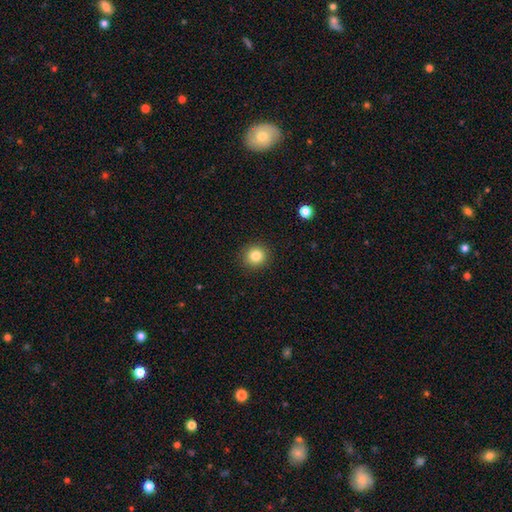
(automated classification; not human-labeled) smooth 84%, star or artifact 11%, featured or disk 6%. Down the decision tree: how rounded — round (91%); merging — none (91%).